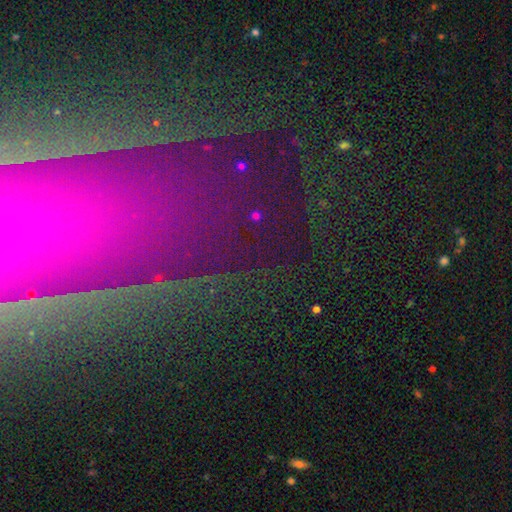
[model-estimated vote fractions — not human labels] star or artifact 60%, featured or disk 24%, smooth 16%.